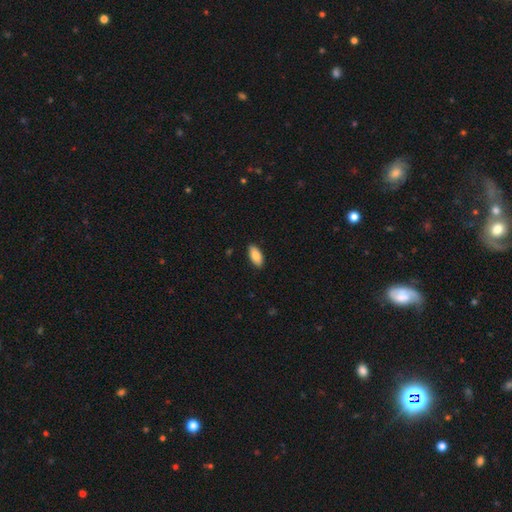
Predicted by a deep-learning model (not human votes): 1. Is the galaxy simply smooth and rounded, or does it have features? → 86% smooth, 7% featured or disk, 6% star or artifact.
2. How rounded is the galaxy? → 91% in between, 7% cigar-shaped, 2% round.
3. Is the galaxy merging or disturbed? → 89% none, 8% minor disturbance, 2% major disturbance, 1% merger.